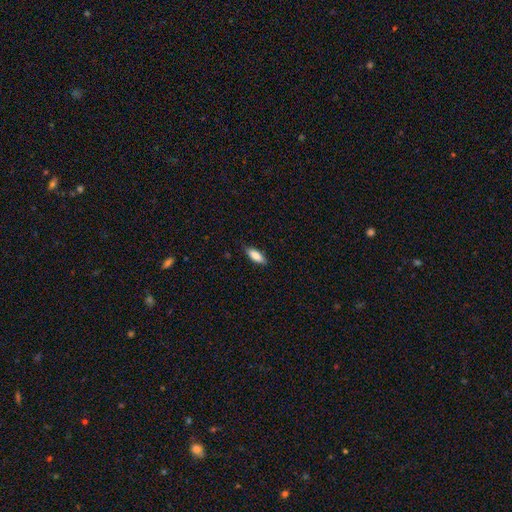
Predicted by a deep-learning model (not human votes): Smooth or featured? smooth (84%)
How rounded? in between (73%)
Merging? none (86%)